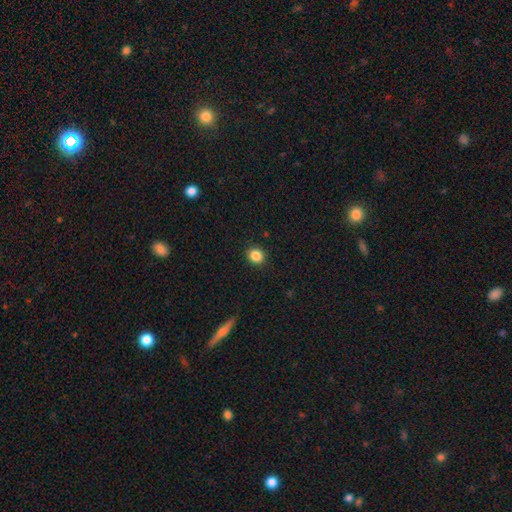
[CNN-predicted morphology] A smooth galaxy with no disk features (86%) that is round (81%).

Vote fractions:
- Smooth or featured? smooth: 86% / star or artifact: 10% / featured or disk: 4%
- How rounded? round: 81% / in between: 18% / cigar-shaped: 1%
- Merging? none: 91% / minor disturbance: 6% / major disturbance: 2% / merger: 1%